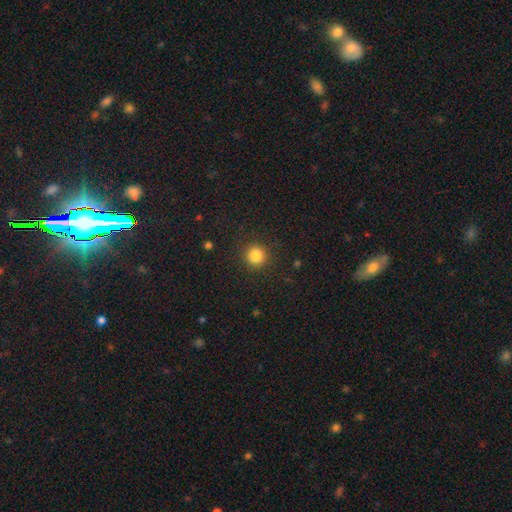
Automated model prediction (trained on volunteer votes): A smooth galaxy with no disk features (84%) that is round (94%). Merging: none (91%).